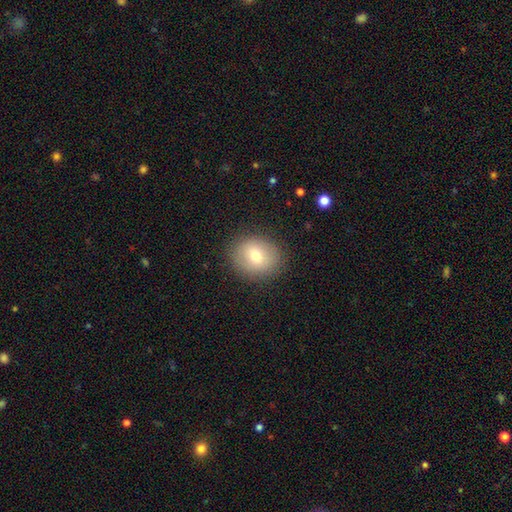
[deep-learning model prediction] The model was most divided on "how rounded": round: 70%, in between: 29%, cigar-shaped: 1%. More confident: merging — none (87%); smooth or featured — smooth (71%).